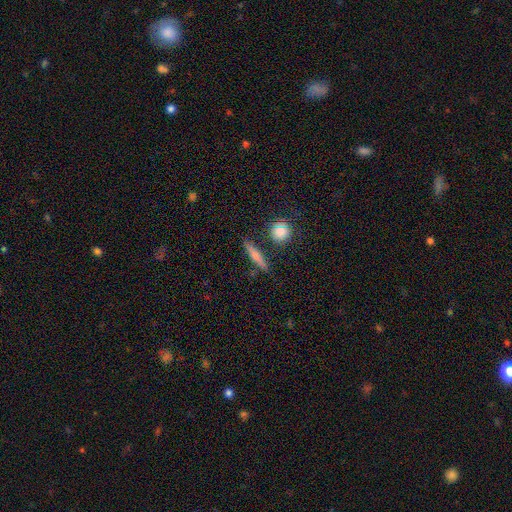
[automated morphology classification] smooth-or-featured: smooth: 68% | featured or disk: 22% | star or artifact: 10%
  how-rounded: cigar-shaped: 83% | in between: 11% | round: 5%
  merging: none: 84% | minor disturbance: 10% | merger: 4% | major disturbance: 3%